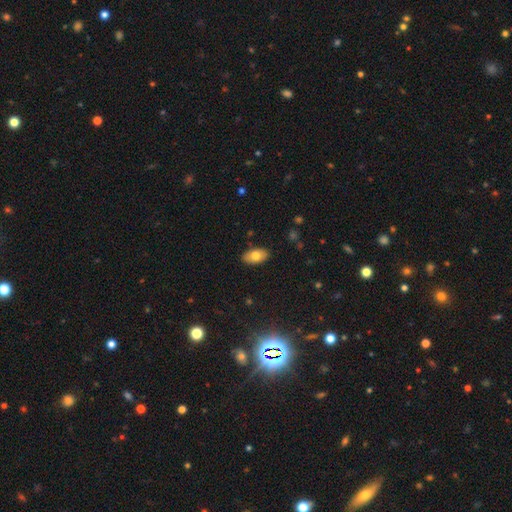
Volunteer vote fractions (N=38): Q: Smooth or featured?
A: smooth (68%); runner-up: featured or disk (32%)
Q: How rounded?
A: in between (88%); runner-up: round (12%)
Q: Merging?
A: none (92%); runner-up: minor disturbance (5%)